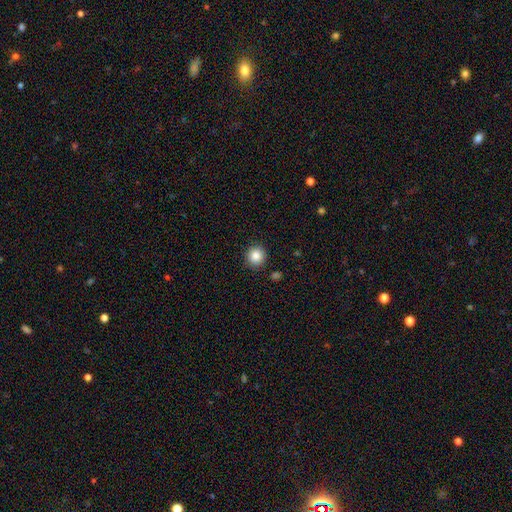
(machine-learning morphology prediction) The model was most divided on "smooth or featured": smooth: 86%, star or artifact: 10%, featured or disk: 5%. More confident: how rounded — round (92%); merging — none (89%).